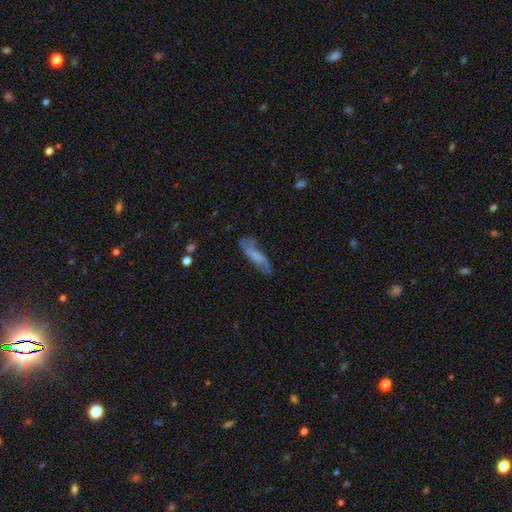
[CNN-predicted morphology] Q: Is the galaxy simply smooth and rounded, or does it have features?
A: featured or disk — 54%.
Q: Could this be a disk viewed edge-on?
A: no — 70%.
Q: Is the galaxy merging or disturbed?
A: none — 63%.